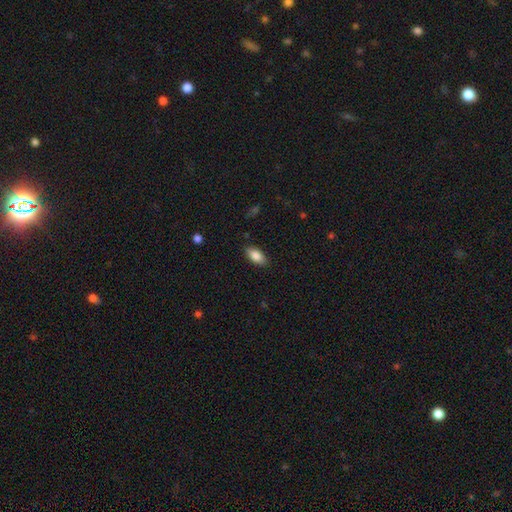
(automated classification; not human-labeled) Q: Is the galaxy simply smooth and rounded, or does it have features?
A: smooth — 86%.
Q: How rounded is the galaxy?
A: in between — 90%.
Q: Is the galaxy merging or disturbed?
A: none — 87%.